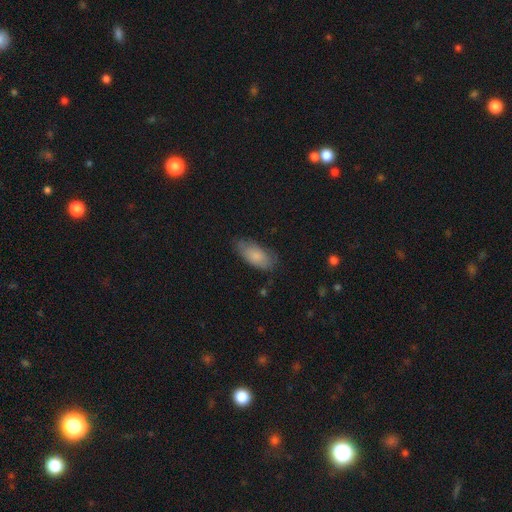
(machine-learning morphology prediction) type=smooth (80%); roundness=in between (89%); merging=none (70%).